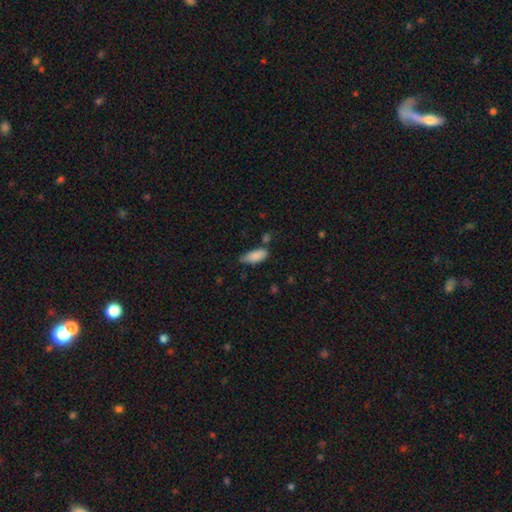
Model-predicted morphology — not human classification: Smooth or featured? Predicted: smooth (p=0.86). How rounded? Predicted: in between (p=0.82). Merging? Predicted: none (p=0.51).